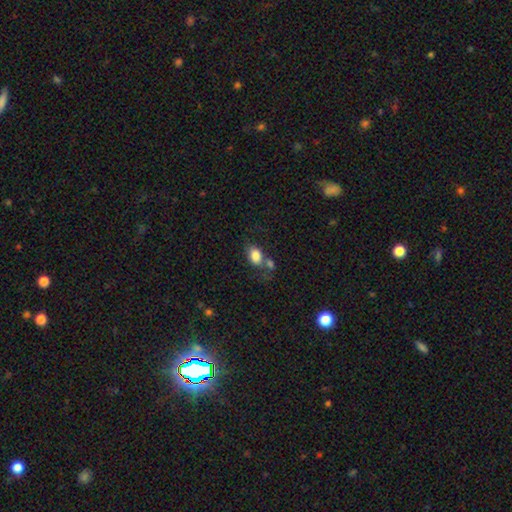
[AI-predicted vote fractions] Q: Smooth or featured?
A: smooth (83%); runner-up: star or artifact (9%)
Q: How rounded?
A: in between (76%); runner-up: round (22%)
Q: Merging?
A: none (46%); runner-up: merger (30%)